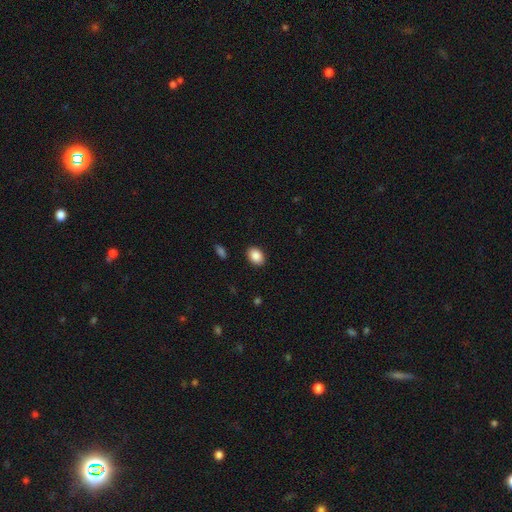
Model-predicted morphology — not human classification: Q: Smooth or featured?
A: smooth (89%); runner-up: star or artifact (8%)
Q: How rounded?
A: in between (75%); runner-up: round (24%)
Q: Merging?
A: none (90%); runner-up: minor disturbance (7%)